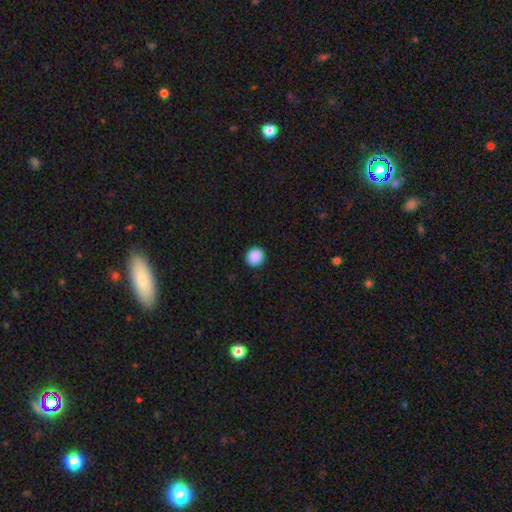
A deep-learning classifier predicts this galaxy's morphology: Smooth or featured?
  - smooth: 90% *
  - star or artifact: 8%
  - featured or disk: 2%
How rounded?
  - round: 91% *
  - in between: 8%
  - cigar-shaped: 1%
Merging?
  - none: 93% *
  - minor disturbance: 4%
  - major disturbance: 1%
  - merger: 1%